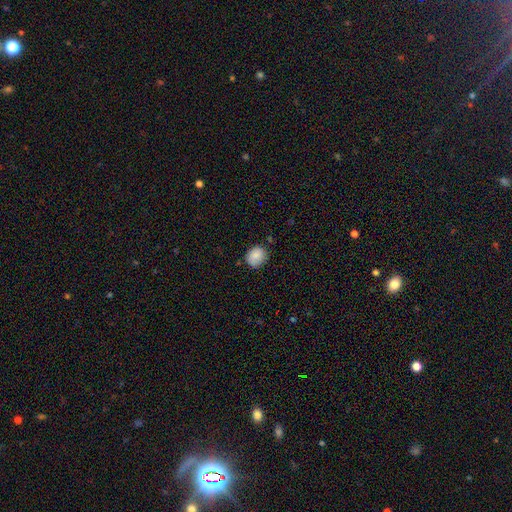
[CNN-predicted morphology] Smooth or featured? Predicted: smooth (p=0.85). How rounded? Predicted: round (p=0.64). Merging? Predicted: none (p=0.76).